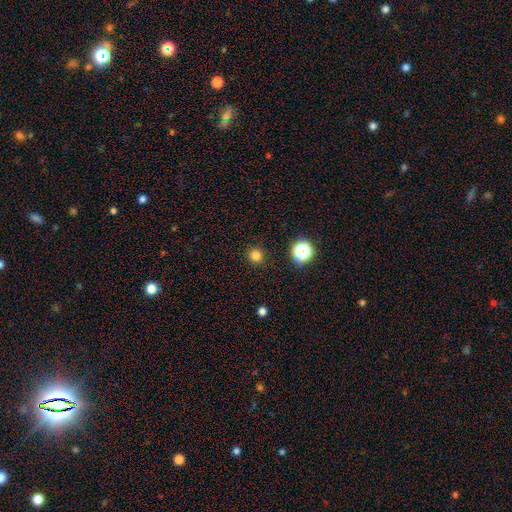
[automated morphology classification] Smooth or featured: smooth — 79% (star or artifact — 17%)
How rounded: round — 94% (in between — 5%)
Merging: none — 91% (minor disturbance — 6%)